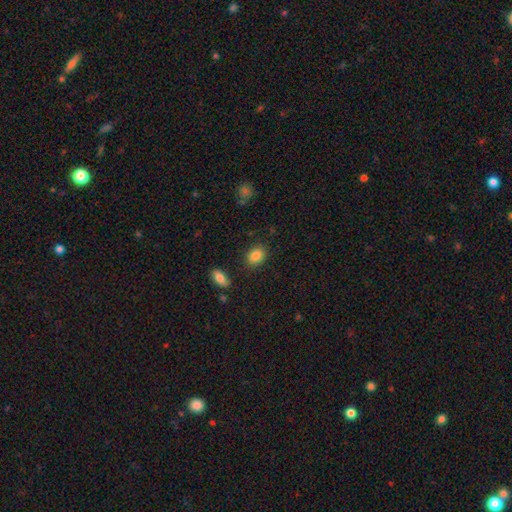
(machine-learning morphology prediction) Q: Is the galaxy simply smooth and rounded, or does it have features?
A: smooth — 86%.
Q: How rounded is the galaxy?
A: in between — 60%.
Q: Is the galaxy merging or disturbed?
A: none — 84%.